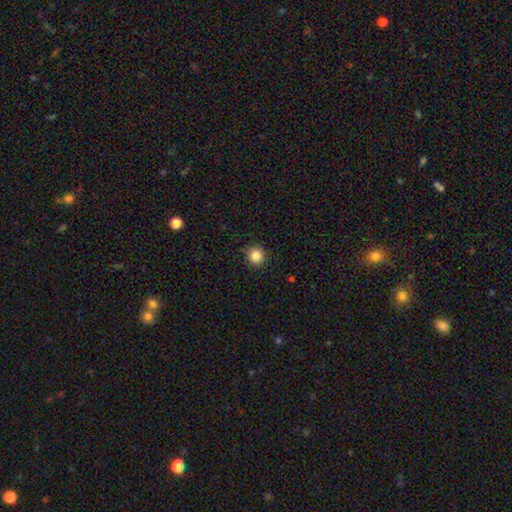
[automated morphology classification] Overall: smooth (86%). How rounded: round (93%). Merging: none (88%).